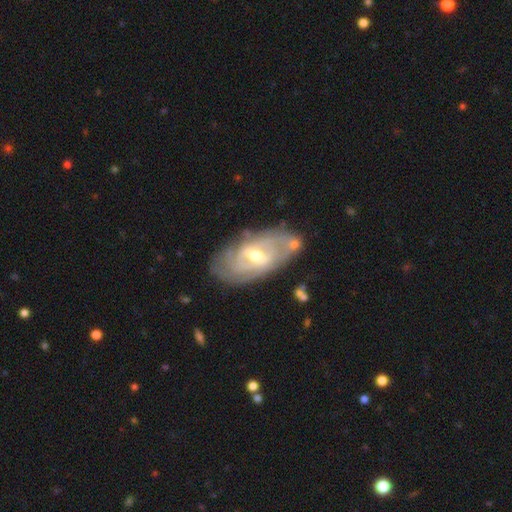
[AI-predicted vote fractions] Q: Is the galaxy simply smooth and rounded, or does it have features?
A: featured or disk — 80%.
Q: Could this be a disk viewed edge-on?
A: no — 93%.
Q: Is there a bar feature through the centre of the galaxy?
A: weak — 52%.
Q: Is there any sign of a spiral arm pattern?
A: yes — 83%.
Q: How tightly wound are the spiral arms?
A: tight — 59%.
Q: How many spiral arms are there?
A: can't tell — 42%.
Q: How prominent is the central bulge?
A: moderate — 56%.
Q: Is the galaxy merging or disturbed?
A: none — 71%.